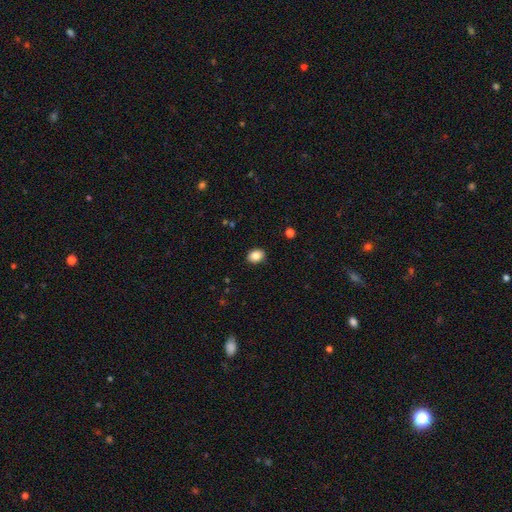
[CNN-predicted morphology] type=smooth (86%); roundness=in between (63%); merging=none (89%).